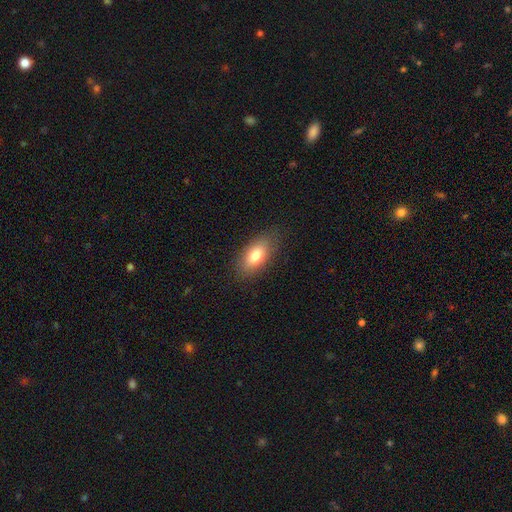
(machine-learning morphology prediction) smooth-or-featured: smooth: 80% | featured or disk: 12% | star or artifact: 7%
  how-rounded: in between: 89% | cigar-shaped: 7% | round: 4%
  merging: none: 83% | minor disturbance: 13% | major disturbance: 4% | merger: 1%